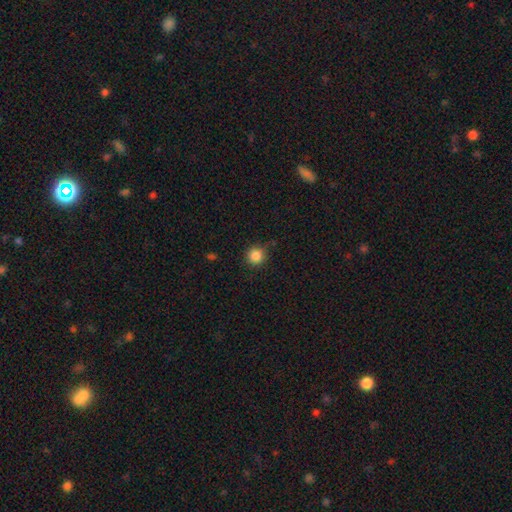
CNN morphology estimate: This appears to be a smooth galaxy with no disk features (85%) that is round (94%). Merging: none (82%).